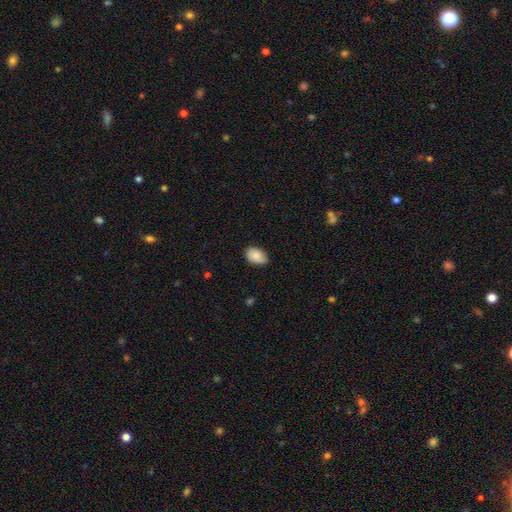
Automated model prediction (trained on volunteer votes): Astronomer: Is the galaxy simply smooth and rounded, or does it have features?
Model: smooth — 85%.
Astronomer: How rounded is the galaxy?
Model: in between — 86%.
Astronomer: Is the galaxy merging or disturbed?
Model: none — 78%.